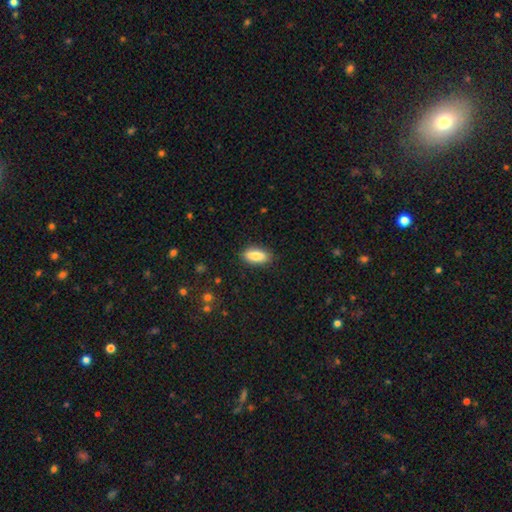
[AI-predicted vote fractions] Morphology: type=smooth (84%); roundness=in between (79%); merging=none (85%).